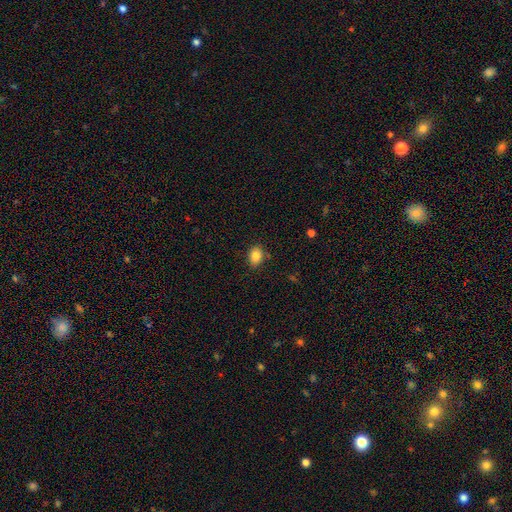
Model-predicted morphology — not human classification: Smooth or featured: smooth — 85% (star or artifact — 9%)
How rounded: in between — 70% (round — 29%)
Merging: none — 85% (minor disturbance — 11%)